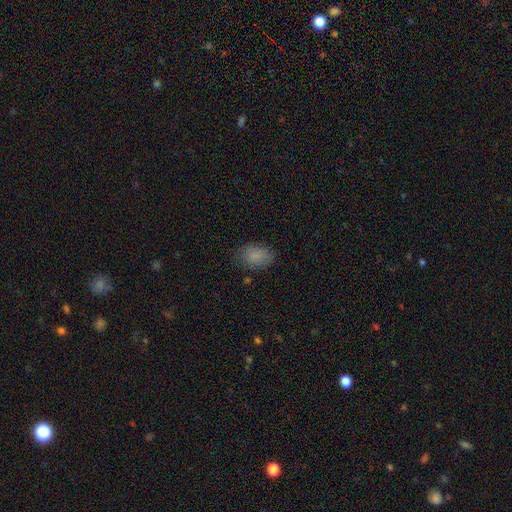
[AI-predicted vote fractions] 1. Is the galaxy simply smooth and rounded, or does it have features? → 85% smooth, 9% star or artifact, 6% featured or disk.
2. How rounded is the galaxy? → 82% in between, 17% round, 1% cigar-shaped.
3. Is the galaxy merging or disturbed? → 78% none, 16% minor disturbance, 5% major disturbance, 1% merger.